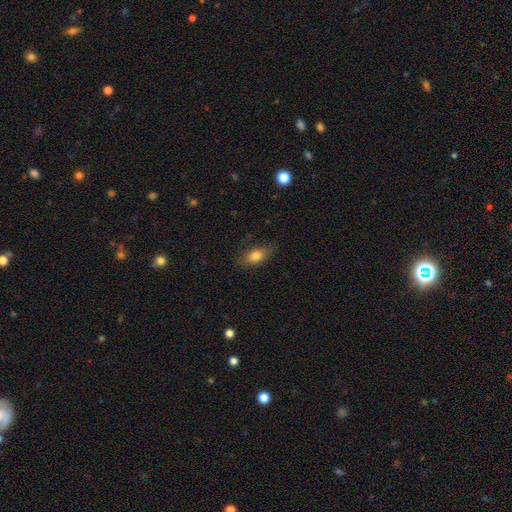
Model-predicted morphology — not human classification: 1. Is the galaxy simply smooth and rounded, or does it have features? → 79% smooth, 13% featured or disk, 8% star or artifact.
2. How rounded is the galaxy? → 83% in between, 10% cigar-shaped, 8% round.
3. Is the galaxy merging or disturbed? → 79% none, 15% minor disturbance, 4% major disturbance, 1% merger.